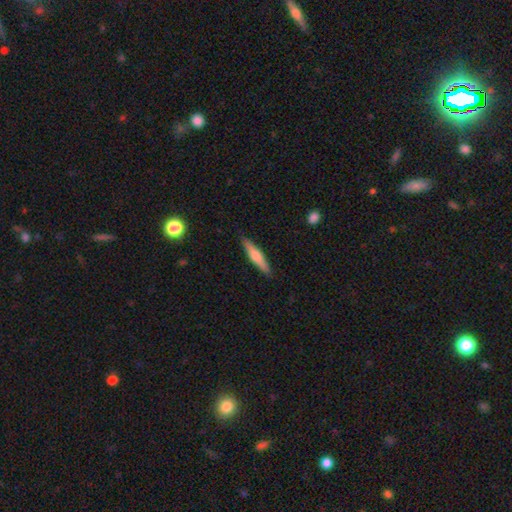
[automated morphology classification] smooth 51%, featured or disk 43%, star or artifact 6%. Down the decision tree: how rounded — cigar-shaped (87%); merging — none (90%).